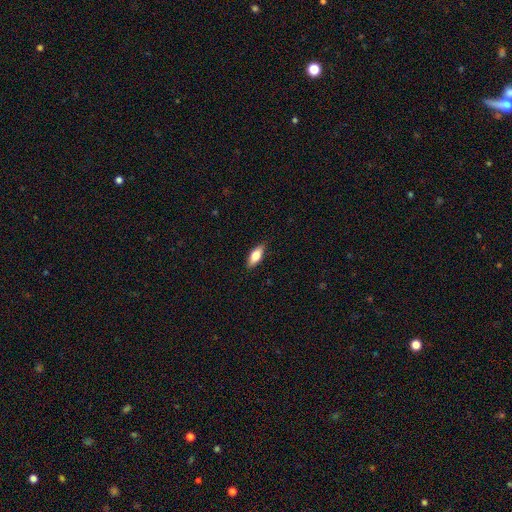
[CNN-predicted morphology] Smooth or featured: smooth — 71% (featured or disk — 22%)
How rounded: in between — 77% (cigar-shaped — 20%)
Merging: none — 87% (minor disturbance — 10%)